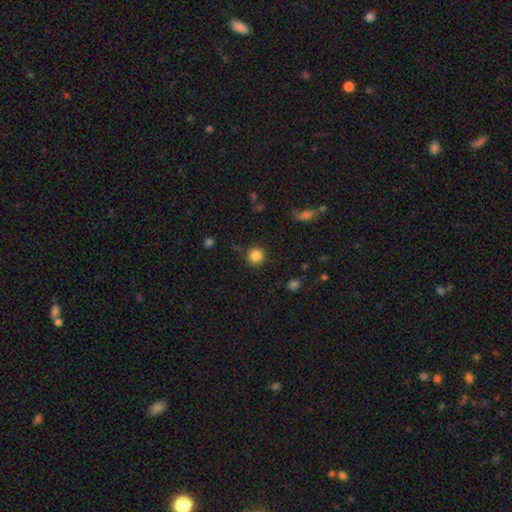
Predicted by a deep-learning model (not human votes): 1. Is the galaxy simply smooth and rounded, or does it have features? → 85% smooth, 11% star or artifact, 4% featured or disk.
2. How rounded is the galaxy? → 94% round, 5% in between, 1% cigar-shaped.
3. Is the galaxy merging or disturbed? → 86% none, 8% minor disturbance, 3% major disturbance, 2% merger.